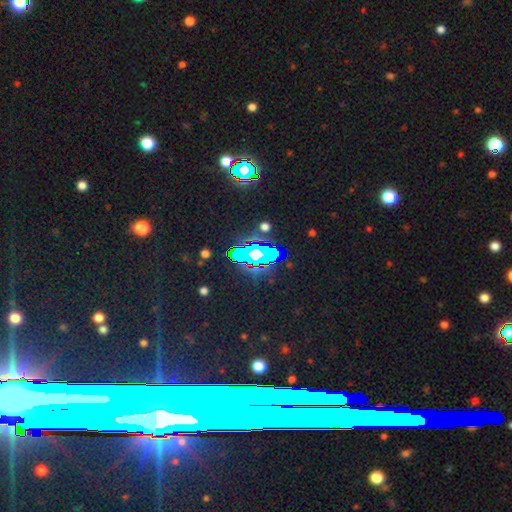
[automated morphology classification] Smooth or featured? Predicted: star or artifact (p=0.70).